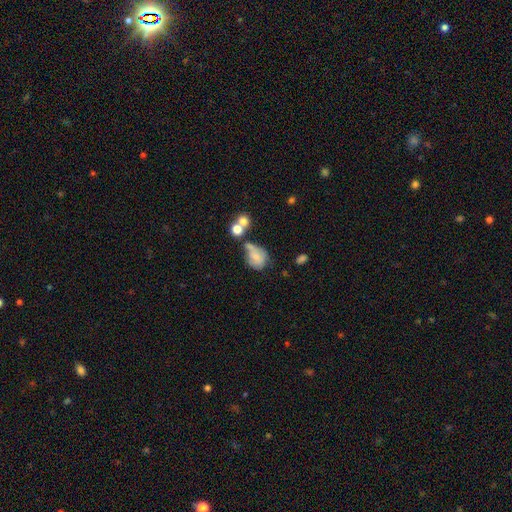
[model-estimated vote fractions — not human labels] smooth-or-featured: smooth: 65% | featured or disk: 24% | star or artifact: 12%
  how-rounded: in between: 53% | round: 46% | cigar-shaped: 2%
  merging: none: 28% | minor disturbance: 26% | merger: 24% | major disturbance: 22%